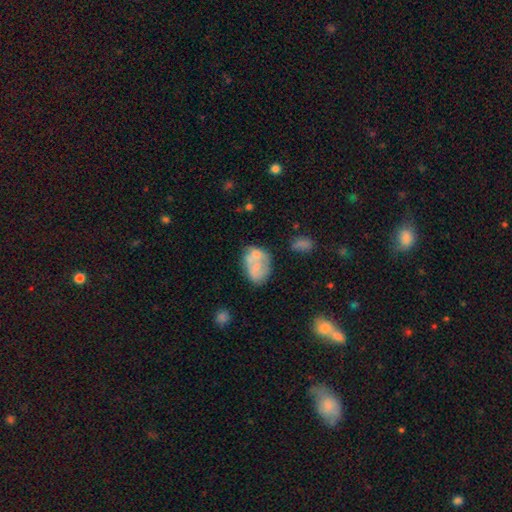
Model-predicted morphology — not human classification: This appears to be a star or artifact, not a galaxy (42%).